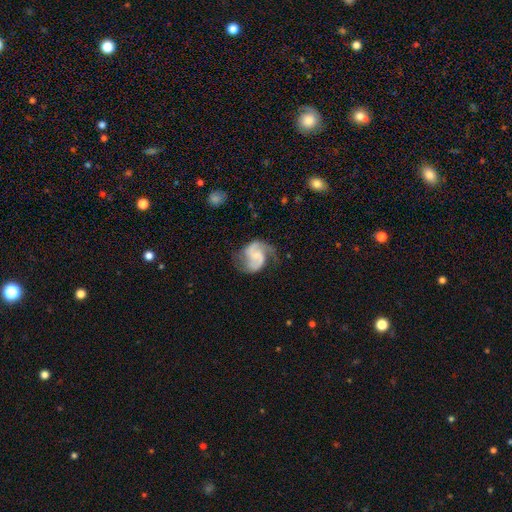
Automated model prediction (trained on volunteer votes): A featured or disk galaxy (83%) with no bar (51%), 2 (87%) medium (52%) spiral arms (96%) and a small central bulge (42%). Merging: none (61%).